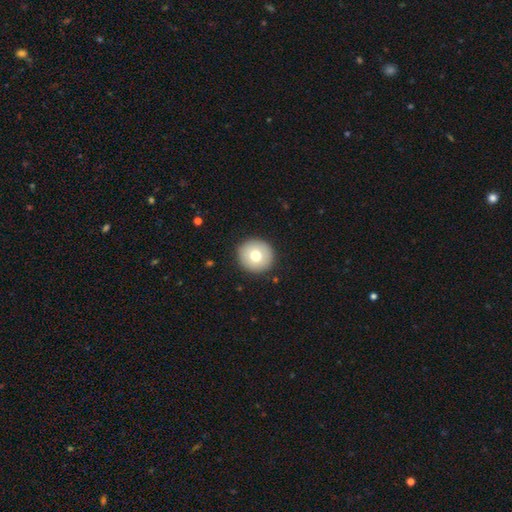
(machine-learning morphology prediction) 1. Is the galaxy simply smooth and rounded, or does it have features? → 72% smooth, 19% featured or disk, 9% star or artifact.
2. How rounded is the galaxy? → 95% round, 4% in between, 1% cigar-shaped.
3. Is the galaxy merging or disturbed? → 92% none, 6% minor disturbance, 2% major disturbance, 1% merger.